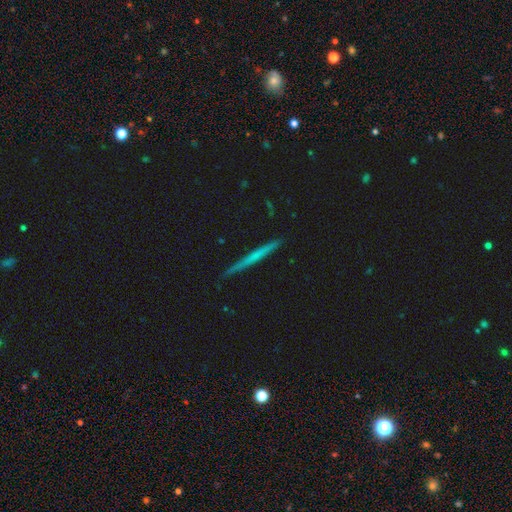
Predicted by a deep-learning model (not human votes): Smooth or featured: featured or disk — 48% (smooth — 46%)
Merging: none — 90% (minor disturbance — 8%)